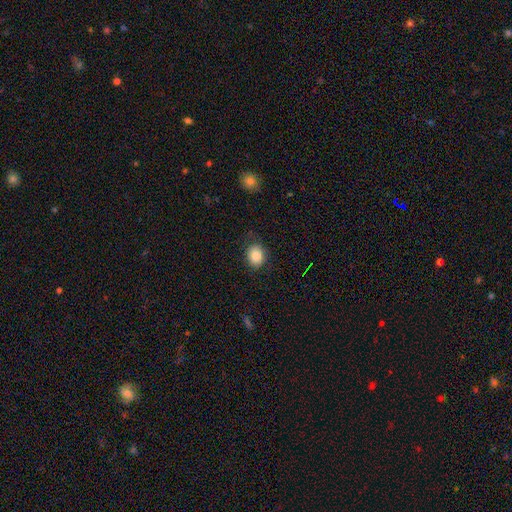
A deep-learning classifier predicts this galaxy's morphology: smooth 85%, star or artifact 9%, featured or disk 6%. Down the decision tree: how rounded — round (53%); merging — none (81%).